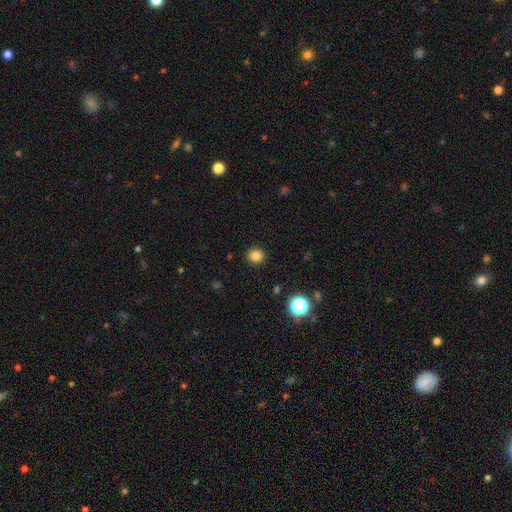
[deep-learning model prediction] Smooth or featured: smooth — 83% (star or artifact — 13%)
How rounded: round — 78% (in between — 21%)
Merging: none — 91% (minor disturbance — 6%)